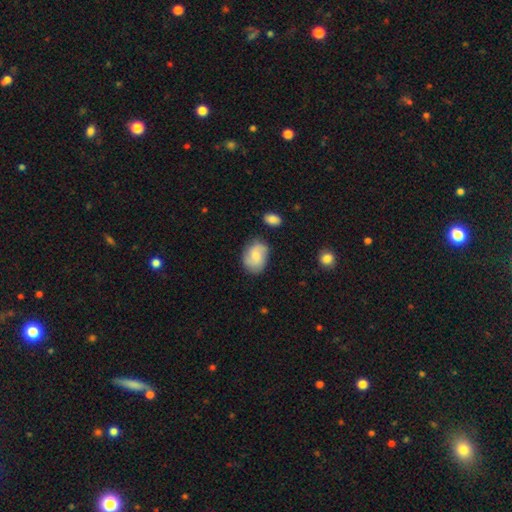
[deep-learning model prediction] A smooth galaxy with no disk features (54%) that is in between round and cigar-shaped (68%). Merging: none (73%).